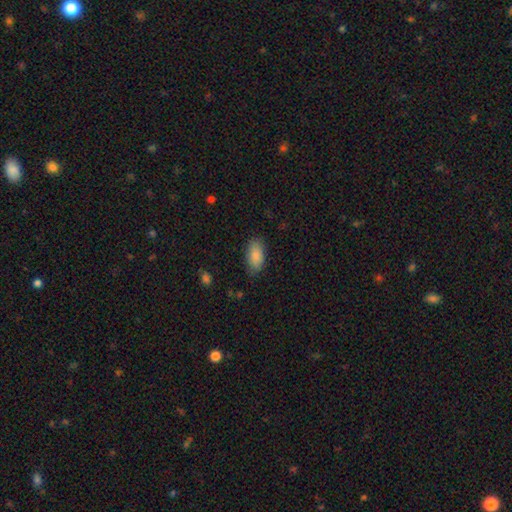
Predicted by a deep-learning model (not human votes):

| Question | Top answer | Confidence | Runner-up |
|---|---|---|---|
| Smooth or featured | smooth | 87% | star or artifact (6%) |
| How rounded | in between | 92% | cigar-shaped (6%) |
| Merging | none | 83% | minor disturbance (13%) |